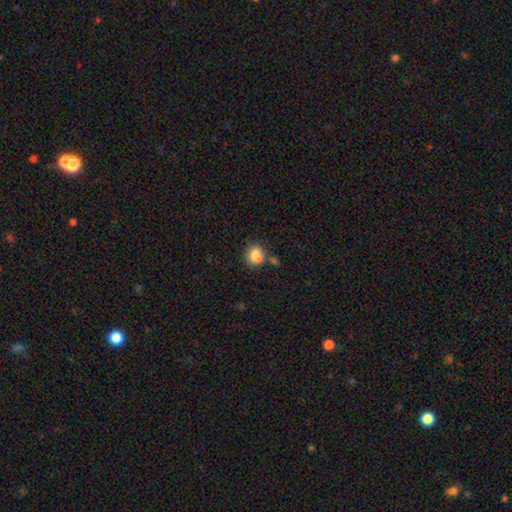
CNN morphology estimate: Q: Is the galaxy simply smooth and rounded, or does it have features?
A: smooth — 84%.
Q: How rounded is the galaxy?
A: round — 69%.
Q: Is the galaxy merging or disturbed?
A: none — 56%.